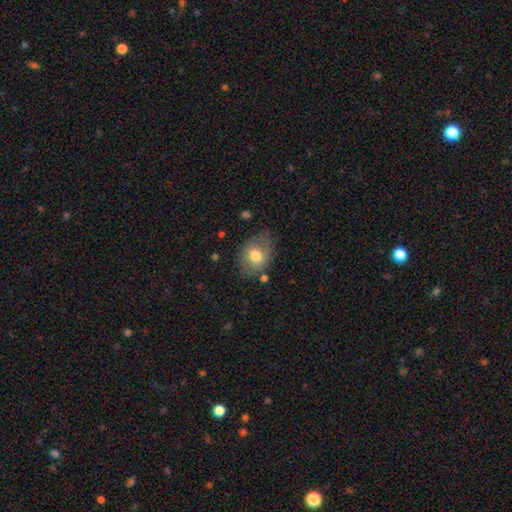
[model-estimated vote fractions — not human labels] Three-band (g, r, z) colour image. It shows a smooth galaxy with no disk features (69%) that is in between round and cigar-shaped (63%). Merging: none (62%).